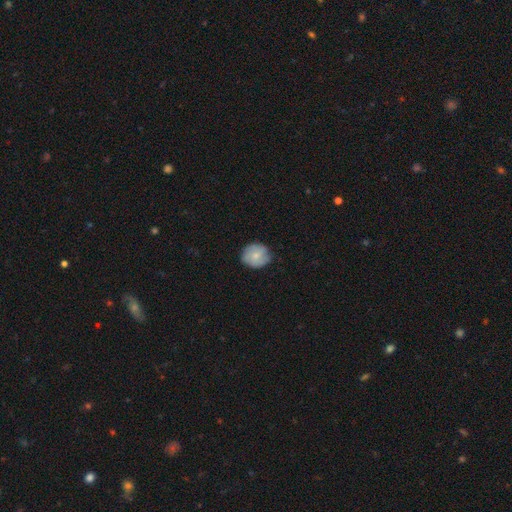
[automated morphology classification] Smooth or featured? smooth (69%)
How rounded? round (77%)
Merging? none (76%)